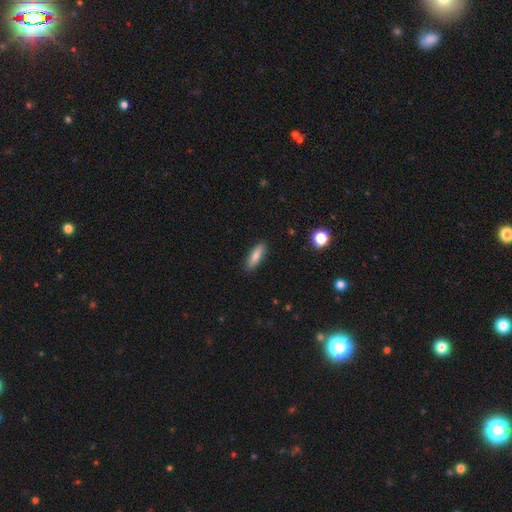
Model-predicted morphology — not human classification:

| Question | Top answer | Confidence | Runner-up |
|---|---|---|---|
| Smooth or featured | smooth | 79% | featured or disk (14%) |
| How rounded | cigar-shaped | 52% | in between (46%) |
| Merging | none | 88% | minor disturbance (9%) |